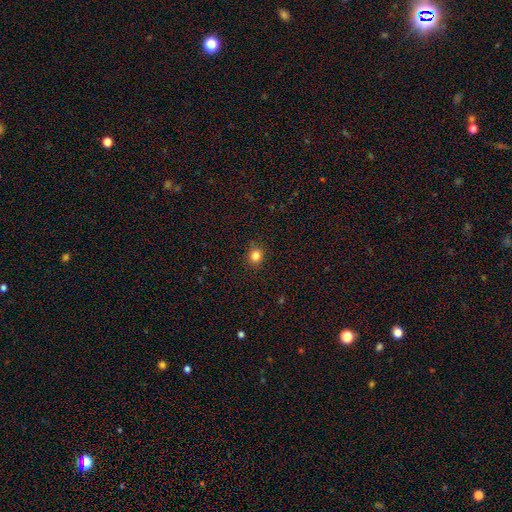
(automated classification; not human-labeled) Smooth or featured? smooth (83%)
How rounded? round (81%)
Merging? none (89%)